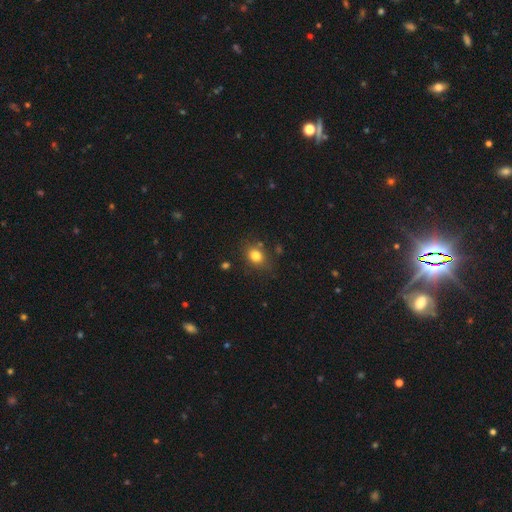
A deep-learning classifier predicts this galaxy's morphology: smooth-or-featured: smooth: 81% | star or artifact: 11% | featured or disk: 7%
  how-rounded: in between: 53% | round: 45% | cigar-shaped: 1%
  merging: none: 77% | minor disturbance: 15% | major disturbance: 5% | merger: 3%